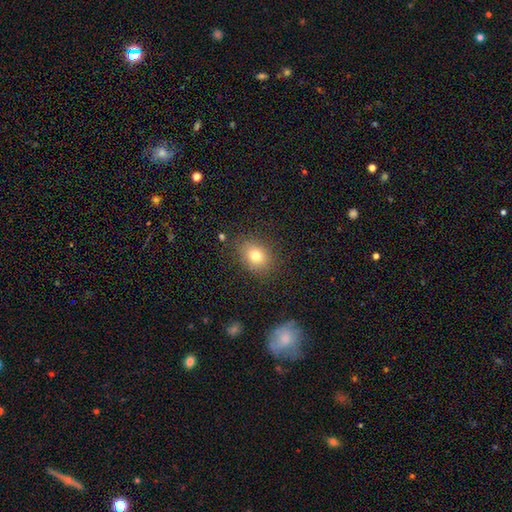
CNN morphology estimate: Smooth or featured?
  - smooth: 77% *
  - star or artifact: 12%
  - featured or disk: 11%
How rounded?
  - in between: 51% *
  - round: 47%
  - cigar-shaped: 1%
Merging?
  - none: 83% *
  - minor disturbance: 11%
  - major disturbance: 4%
  - merger: 2%